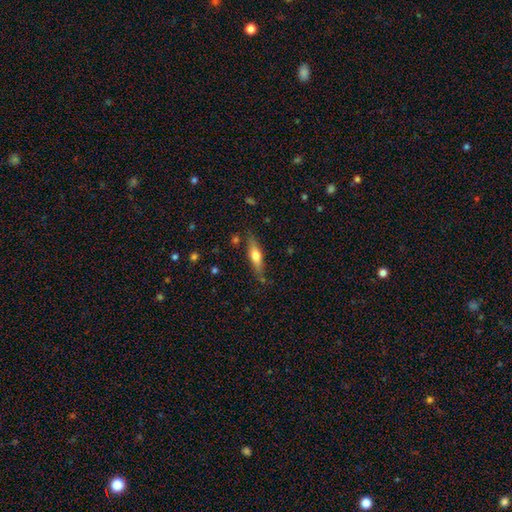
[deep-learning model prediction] Morphology: type=smooth (53%); roundness=cigar-shaped (64%); merging=none (76%).